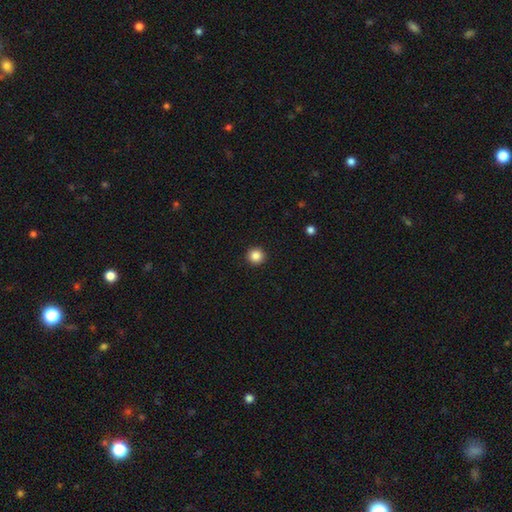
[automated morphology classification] Overall: smooth (85%). How rounded: round (96%). Merging: none (94%).